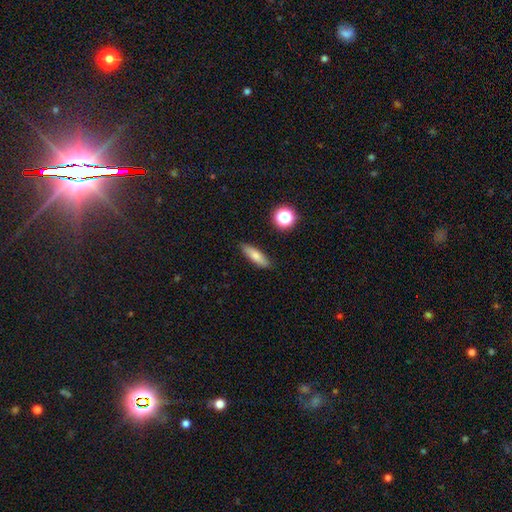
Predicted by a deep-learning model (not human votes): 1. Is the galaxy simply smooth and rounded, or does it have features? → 70% smooth, 21% featured or disk, 9% star or artifact.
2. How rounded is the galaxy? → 59% cigar-shaped, 37% in between, 4% round.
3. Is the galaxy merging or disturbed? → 87% none, 9% minor disturbance, 2% major disturbance, 2% merger.